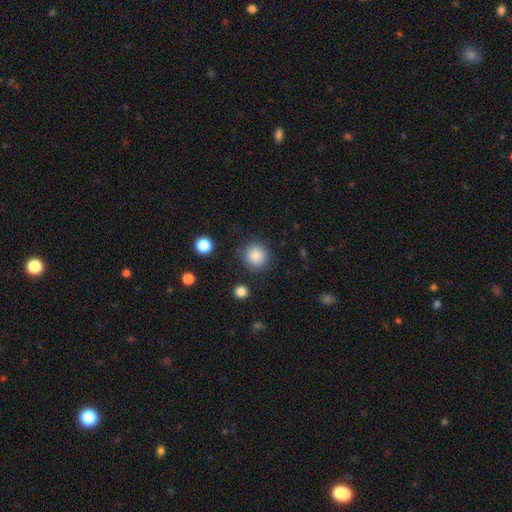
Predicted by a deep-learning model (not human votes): This appears to be a smooth galaxy with no disk features (87%) that is round (92%). Merging: none (87%).